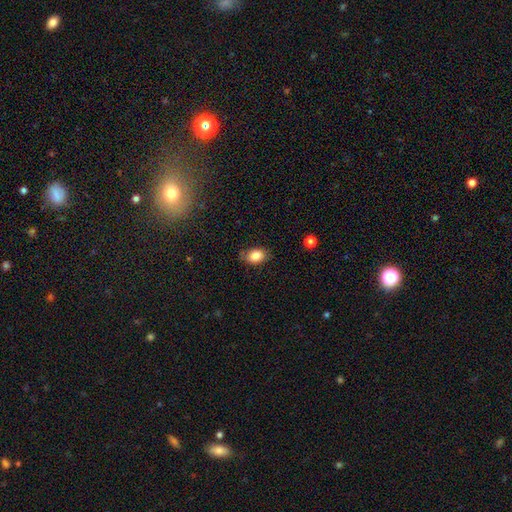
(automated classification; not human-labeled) This is clearly a smooth galaxy (84%). How rounded: clearly in between (81%). Merging: likely none (76%).